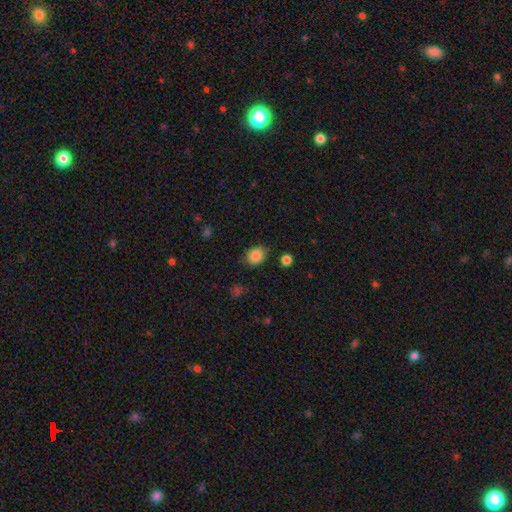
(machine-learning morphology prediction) Smooth or featured: smooth — 86% (star or artifact — 10%)
How rounded: round — 63% (in between — 36%)
Merging: none — 79% (minor disturbance — 15%)